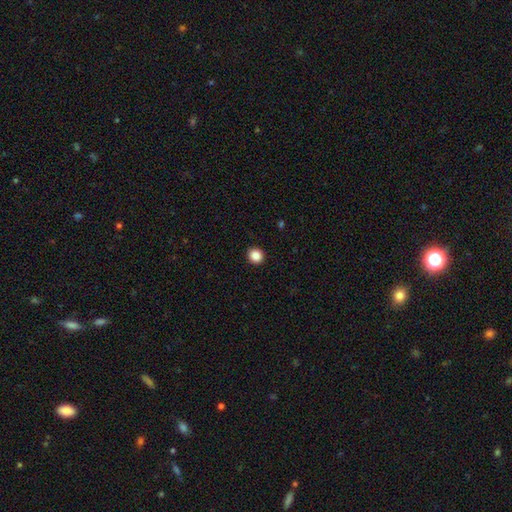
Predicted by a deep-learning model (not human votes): smooth-or-featured: smooth: 86% | star or artifact: 10% | featured or disk: 3%
  how-rounded: round: 88% | in between: 12% | cigar-shaped: 1%
  merging: none: 93% | minor disturbance: 5% | major disturbance: 2% | merger: 1%